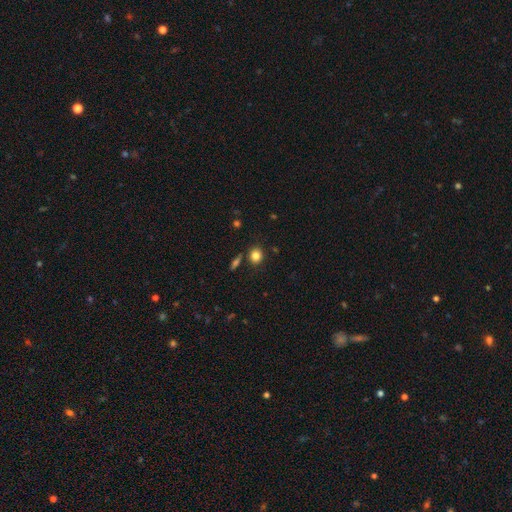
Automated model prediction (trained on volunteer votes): Smooth or featured?
  - smooth: 83% *
  - star or artifact: 11%
  - featured or disk: 6%
How rounded?
  - round: 75% *
  - in between: 23%
  - cigar-shaped: 1%
Merging?
  - none: 82% *
  - minor disturbance: 9%
  - merger: 6%
  - major disturbance: 3%